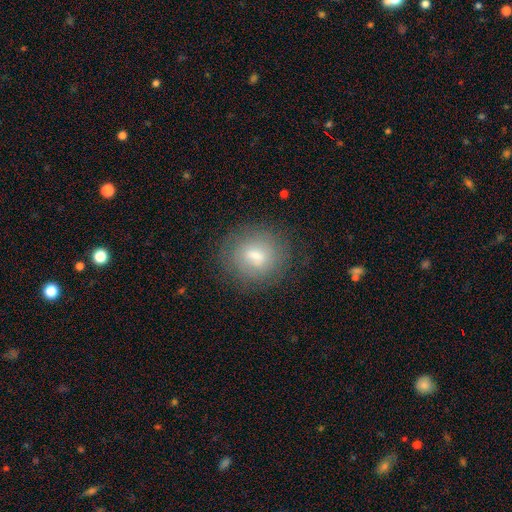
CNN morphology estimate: Overall: smooth (62%; featured or disk 27%). How rounded: round (81%). Merging: none (81%).